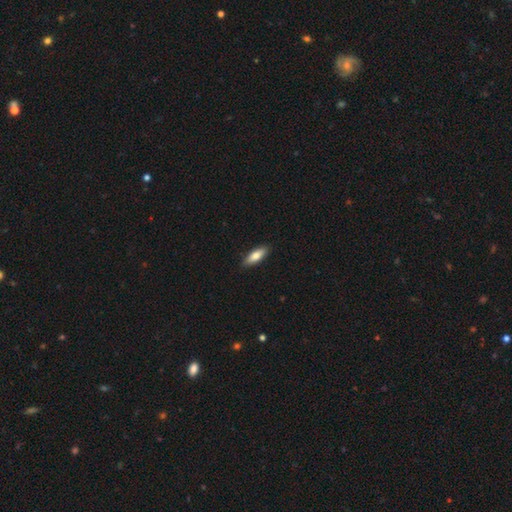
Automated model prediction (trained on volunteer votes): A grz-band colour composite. It shows a smooth galaxy with no disk features (76%) that is in between round and cigar-shaped (62%). Merging: none (88%).